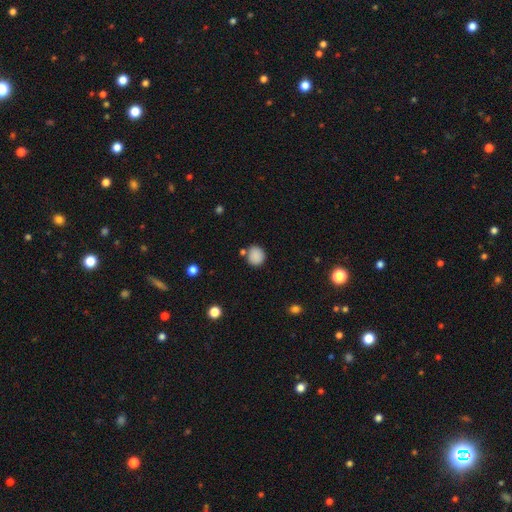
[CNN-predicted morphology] Q: Smooth or featured?
A: smooth (86%); runner-up: star or artifact (10%)
Q: How rounded?
A: round (84%); runner-up: in between (15%)
Q: Merging?
A: none (75%); runner-up: minor disturbance (13%)